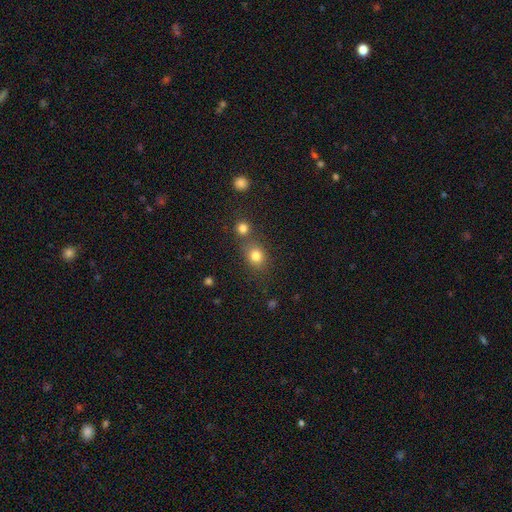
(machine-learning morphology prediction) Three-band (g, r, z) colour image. It shows a smooth galaxy with no disk features (80%) that is round (59%). Merging: none (60%).